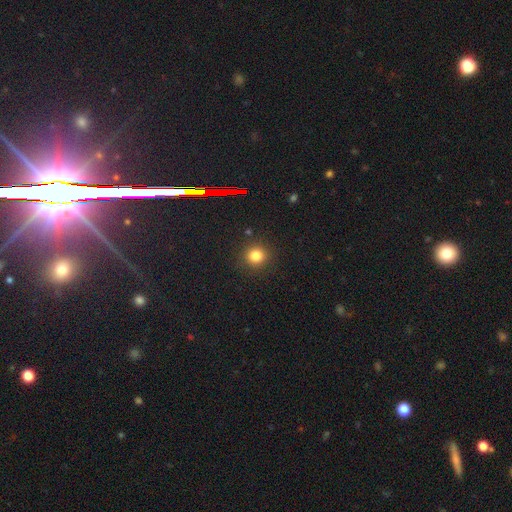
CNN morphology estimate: The model was most divided on "smooth or featured": smooth: 80%, star or artifact: 15%, featured or disk: 5%. More confident: how rounded — round (90%); merging — none (89%).